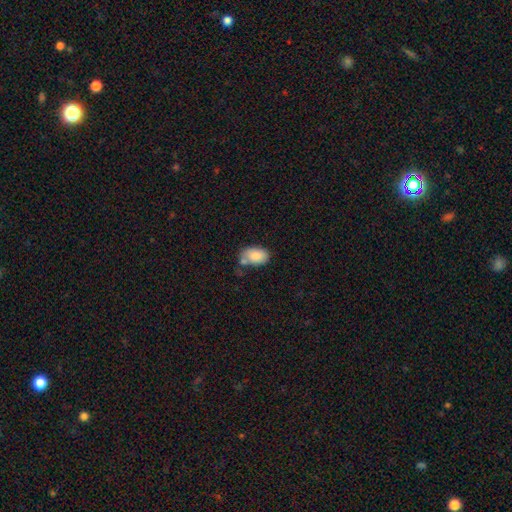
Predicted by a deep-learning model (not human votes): smooth_or_featured: smooth (p=0.84) [alt: featured or disk p=0.09]
how_rounded: in between (p=0.89) [alt: round p=0.10]
merging: none (p=0.49) [alt: minor disturbance p=0.23]